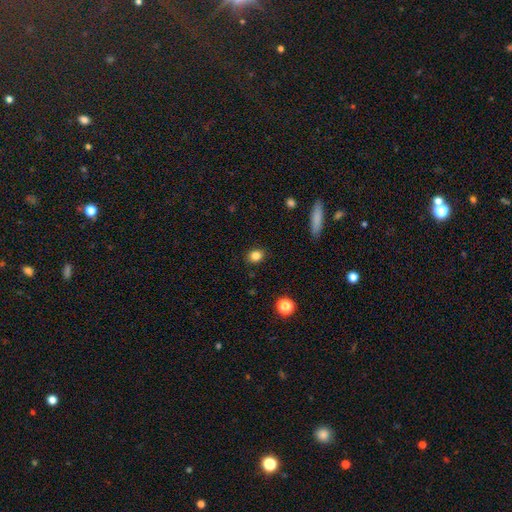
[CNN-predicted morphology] Smooth or featured? smooth (83%)
How rounded? round (60%)
Merging? none (88%)